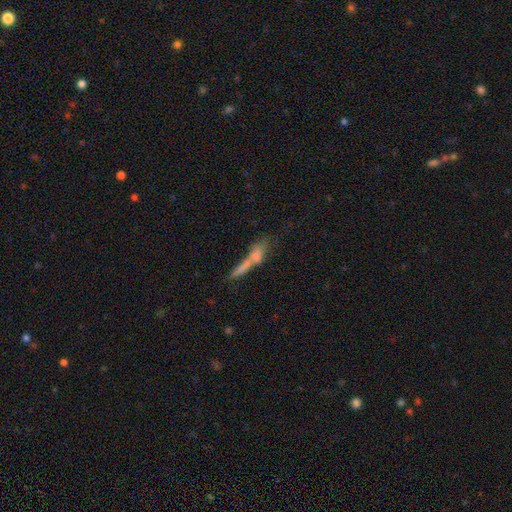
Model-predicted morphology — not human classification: Overall: smooth (57%; featured or disk 32%). How rounded: cigar-shaped (68%). Merging: merger (49%; none 29%).